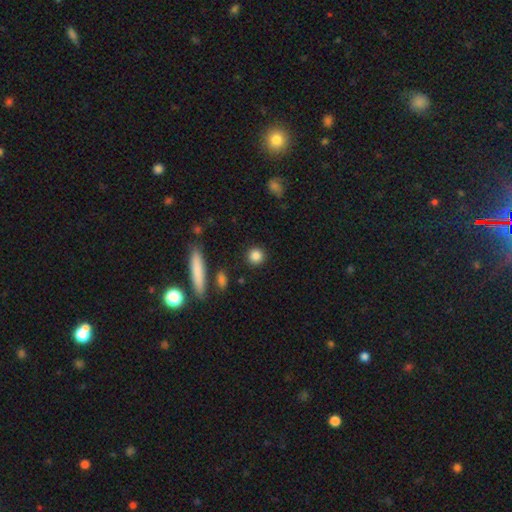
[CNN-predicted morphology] smooth-or-featured: smooth: 85% | star or artifact: 9% | featured or disk: 5%
  how-rounded: round: 89% | in between: 8% | cigar-shaped: 2%
  merging: none: 90% | minor disturbance: 6% | major disturbance: 2% | merger: 2%